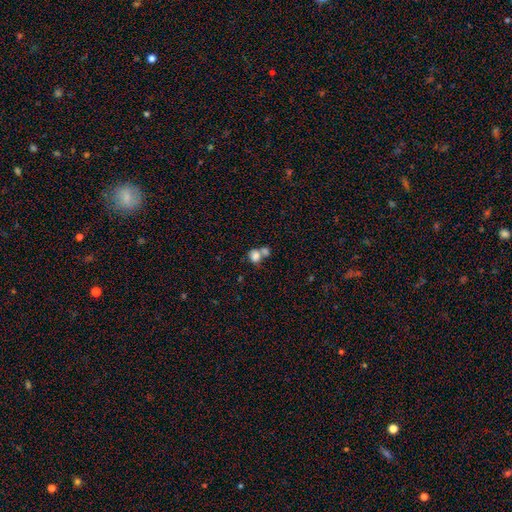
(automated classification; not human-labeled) smooth-or-featured: smooth: 79% | featured or disk: 11% | star or artifact: 10%
  how-rounded: round: 67% | in between: 32% | cigar-shaped: 1%
  merging: merger: 57% | none: 31% | minor disturbance: 8% | major disturbance: 5%